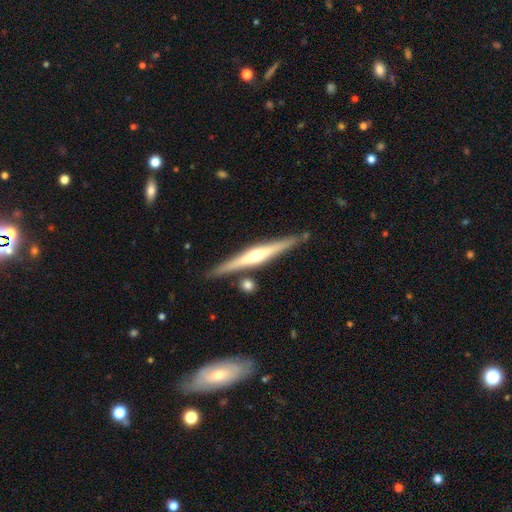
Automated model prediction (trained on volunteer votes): Smooth or featured: featured or disk — 77% (smooth — 18%)
Edge-on disk: yes — 98% (no — 2%)
Edge-on bulge: rounded — 90% (boxy — 5%)
Merging: none — 86% (minor disturbance — 8%)